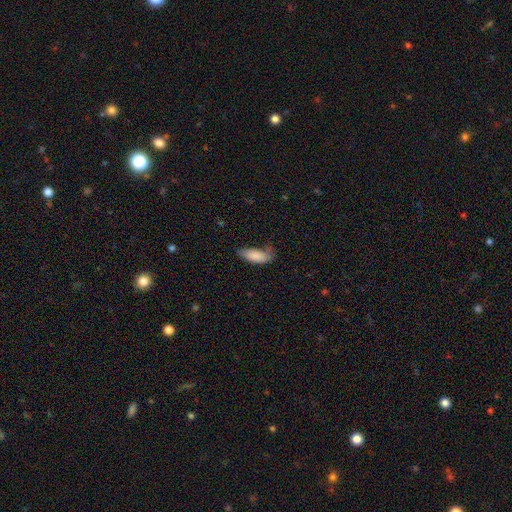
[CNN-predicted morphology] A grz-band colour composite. It shows a smooth galaxy with no disk features (83%) that is in between round and cigar-shaped (78%). Merging: none (43%).